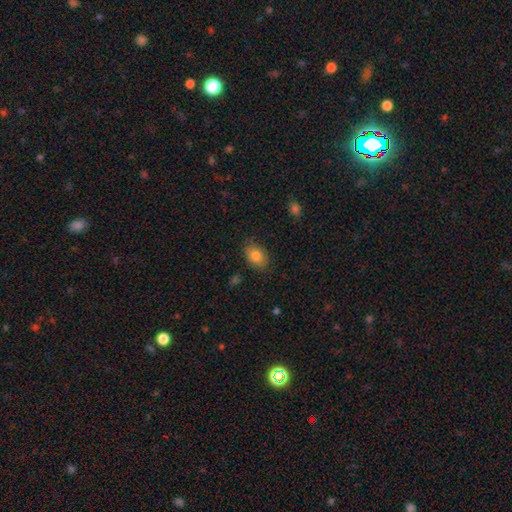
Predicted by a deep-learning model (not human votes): Morphology: type=smooth (84%); roundness=in between (83%); merging=none (83%).